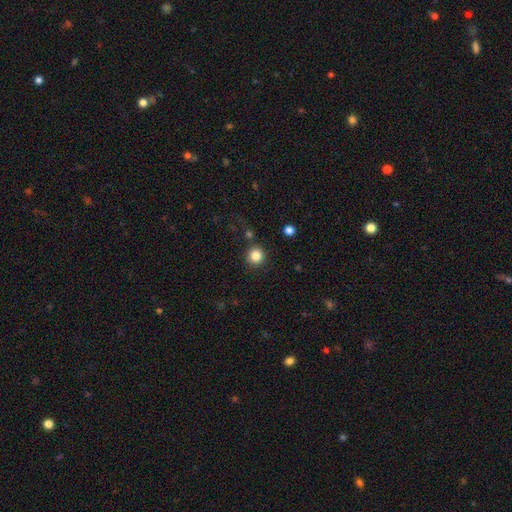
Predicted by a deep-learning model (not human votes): Smooth or featured? smooth (85%)
How rounded? round (93%)
Merging? none (86%)